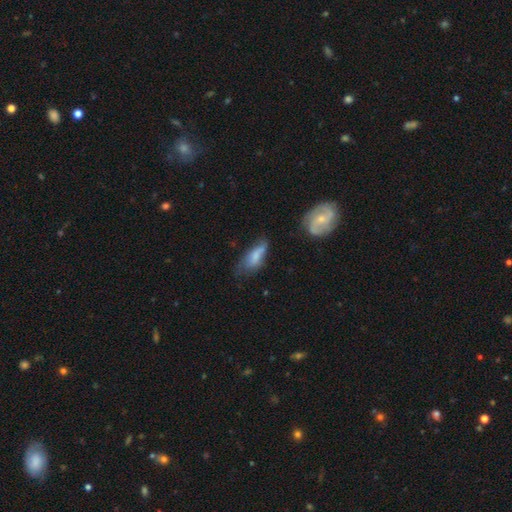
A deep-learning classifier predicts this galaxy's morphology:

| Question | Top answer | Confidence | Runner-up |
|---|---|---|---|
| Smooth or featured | smooth | 65% | featured or disk (27%) |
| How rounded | in between | 72% | cigar-shaped (25%) |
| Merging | none | 39% | minor disturbance (36%) |